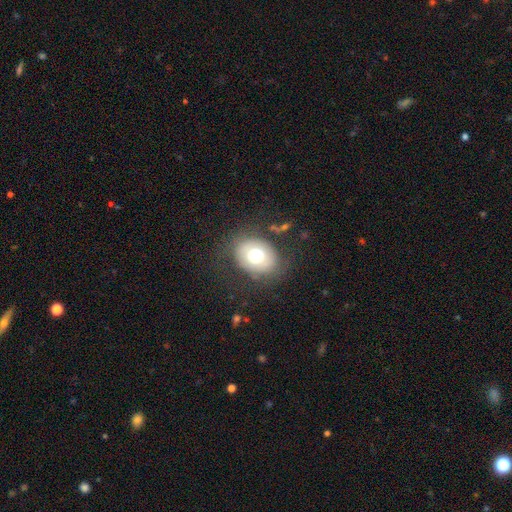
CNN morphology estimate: Smooth or featured? Predicted: smooth (p=0.67). How rounded? Predicted: in between (p=0.51). Merging? Predicted: none (p=0.75).